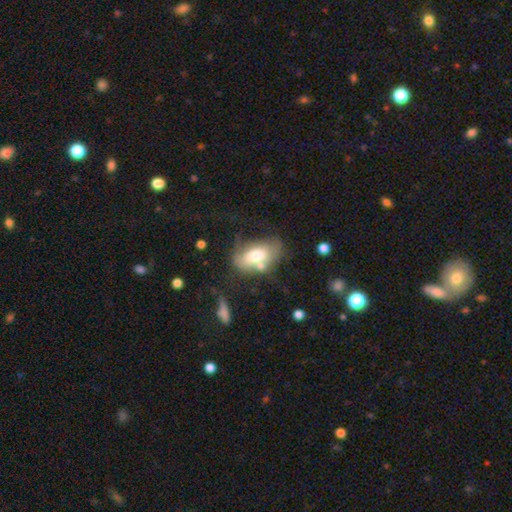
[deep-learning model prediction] Smooth or featured?
  - smooth: 62% *
  - featured or disk: 30%
  - star or artifact: 8%
How rounded?
  - in between: 88% *
  - round: 9%
  - cigar-shaped: 3%
Merging?
  - none: 36% *
  - minor disturbance: 25%
  - merger: 21%
  - major disturbance: 18%